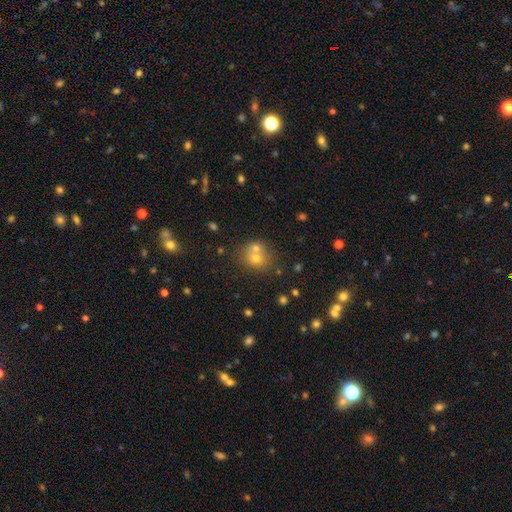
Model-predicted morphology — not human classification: A smooth galaxy with no disk features (67%) that is round (72%). Merging: merger (52%).